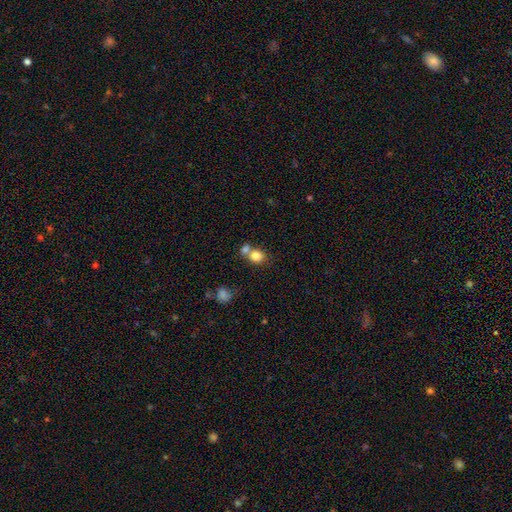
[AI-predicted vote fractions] Smooth or featured?
  - smooth: 81% *
  - star or artifact: 10%
  - featured or disk: 8%
How rounded?
  - round: 63% *
  - in between: 36%
  - cigar-shaped: 1%
Merging?
  - none: 44% *
  - merger: 43%
  - minor disturbance: 9%
  - major disturbance: 4%